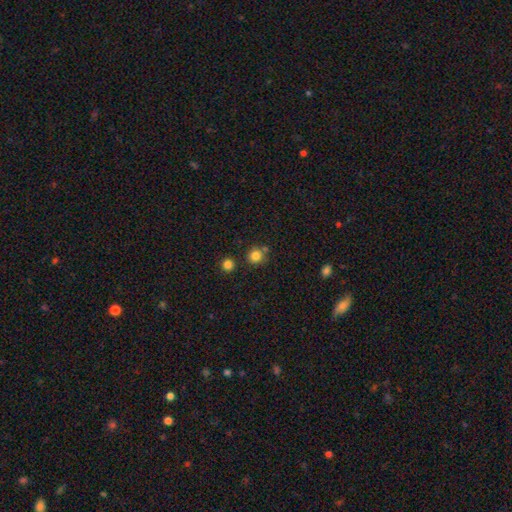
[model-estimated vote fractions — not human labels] Overall: smooth (81%). How rounded: round (91%). Merging: none (75%).